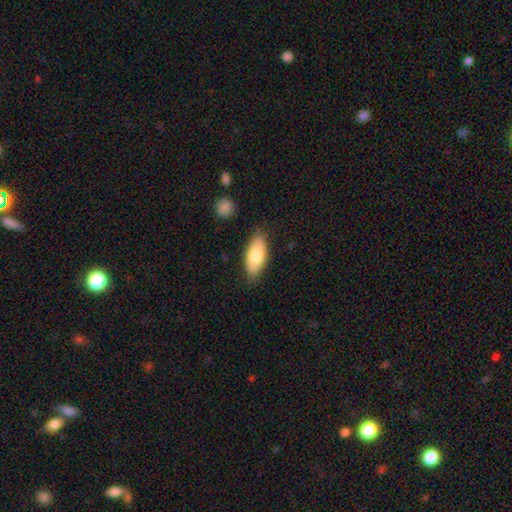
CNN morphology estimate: Smooth or featured? Predicted: smooth (p=0.76). How rounded? Predicted: in between (p=0.85). Merging? Predicted: none (p=0.81).